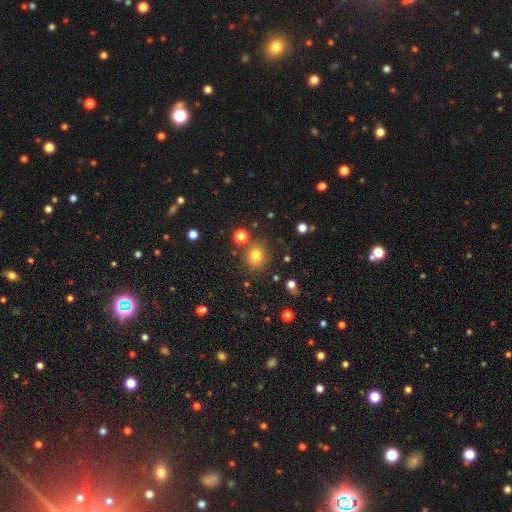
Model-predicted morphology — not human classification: The model was most divided on "how rounded": round: 74%, in between: 25%, cigar-shaped: 1%. More confident: merging — none (81%); smooth or featured — smooth (78%).